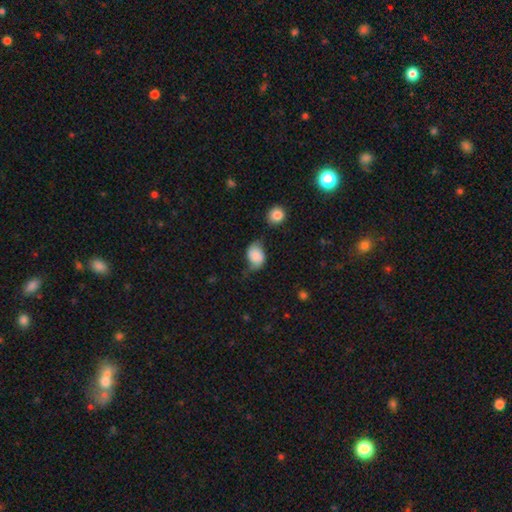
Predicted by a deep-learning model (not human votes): smooth-or-featured: smooth: 76% | featured or disk: 16% | star or artifact: 9%
  how-rounded: in between: 66% | round: 32% | cigar-shaped: 1%
  merging: none: 44% | minor disturbance: 36% | major disturbance: 15% | merger: 6%